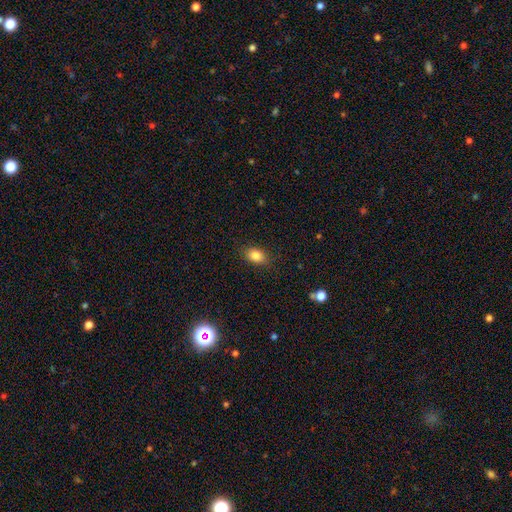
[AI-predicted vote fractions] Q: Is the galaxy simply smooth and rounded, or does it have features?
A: smooth — 85%.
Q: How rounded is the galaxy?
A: in between — 78%.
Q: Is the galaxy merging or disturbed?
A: none — 86%.